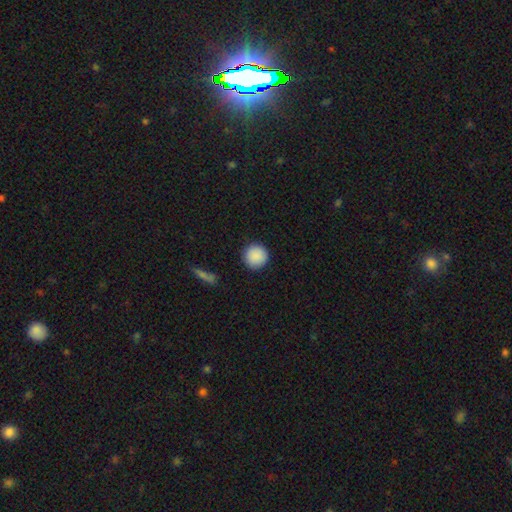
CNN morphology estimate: Smooth or featured? smooth (90%)
How rounded? round (96%)
Merging? none (92%)